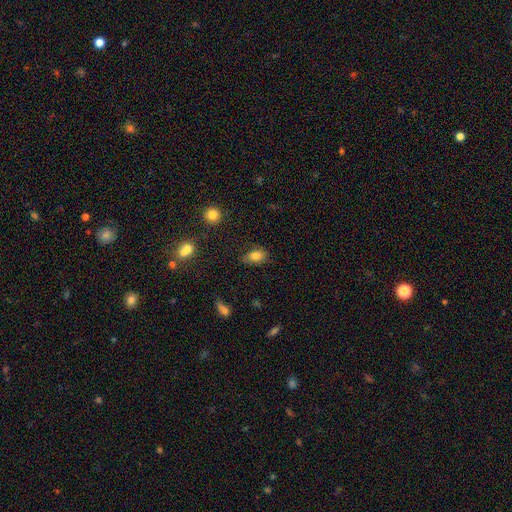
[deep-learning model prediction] smooth-or-featured: smooth: 80% | star or artifact: 10% | featured or disk: 10%
  how-rounded: in between: 84% | round: 14% | cigar-shaped: 3%
  merging: none: 71% | minor disturbance: 21% | major disturbance: 5% | merger: 2%